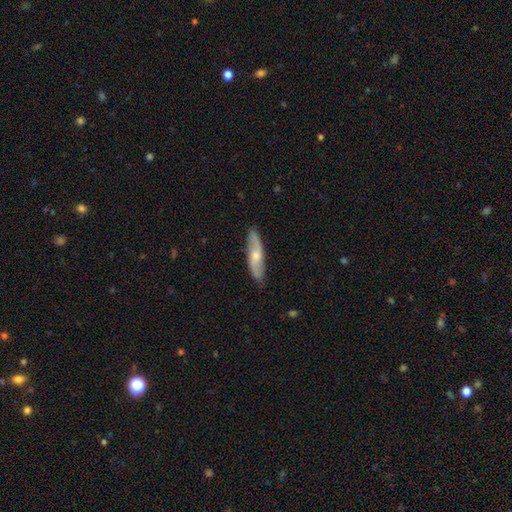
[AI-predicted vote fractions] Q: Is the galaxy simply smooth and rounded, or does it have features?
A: featured or disk — 54%.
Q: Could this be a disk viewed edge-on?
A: no — 64%.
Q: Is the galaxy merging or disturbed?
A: none — 84%.